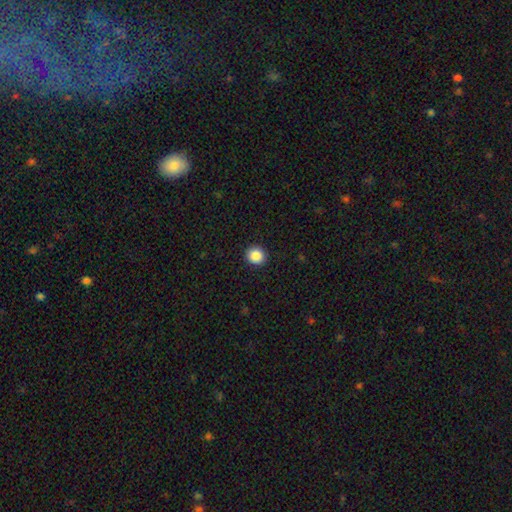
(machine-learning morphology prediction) smooth_or_featured: smooth (p=0.88) [alt: star or artifact p=0.09]
how_rounded: round (p=0.88) [alt: in between p=0.11]
merging: none (p=0.93) [alt: minor disturbance p=0.05]